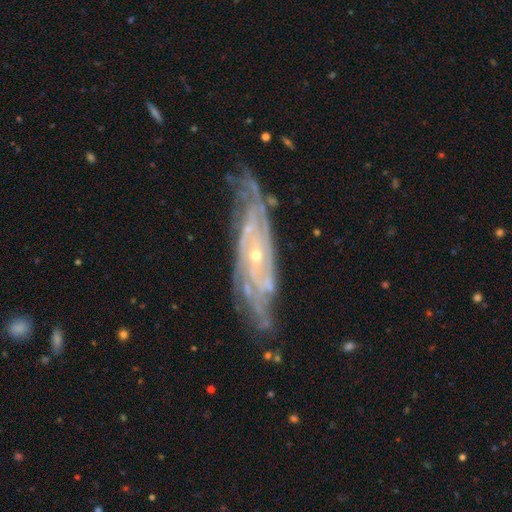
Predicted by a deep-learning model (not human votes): A featured or disk galaxy (89%) with no bar (70%), tight (70%) spiral arms (94%) and a small central bulge (69%).

Vote fractions:
- Smooth or featured? featured or disk: 89% / smooth: 6% / star or artifact: 6%
- Edge-on disk? no: 83% / yes: 17%
- Bar? no: 70% / weak: 21% / strong: 8%
- Spiral arms? yes: 94% / no: 6%
- Spiral winding? tight: 70% / medium: 24% / loose: 6%
- Spiral arm count? can't tell: 42% / 2: 19% / 3: 13% / 4: 11% / more than 4: 8% / 1: 6%
- Bulge size? small: 69% / moderate: 28% / large: 1% / none: 1% / dominant: 1%
- Merging? none: 65% / minor disturbance: 23% / major disturbance: 9% / merger: 2%